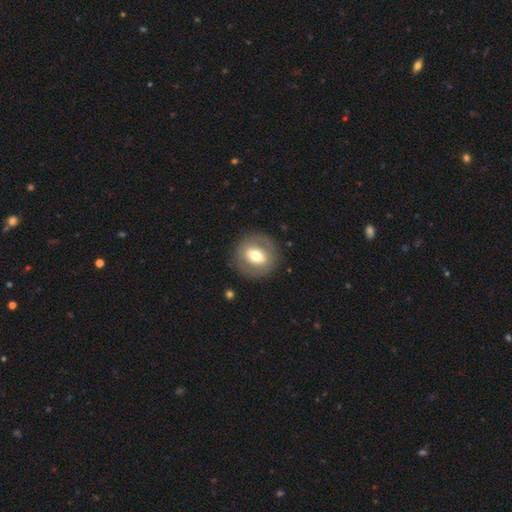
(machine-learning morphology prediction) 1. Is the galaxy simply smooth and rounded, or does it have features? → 55% smooth, 37% featured or disk, 7% star or artifact.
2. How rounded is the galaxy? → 77% round, 22% in between, 1% cigar-shaped.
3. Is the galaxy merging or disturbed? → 85% none, 9% minor disturbance, 5% major disturbance, 1% merger.